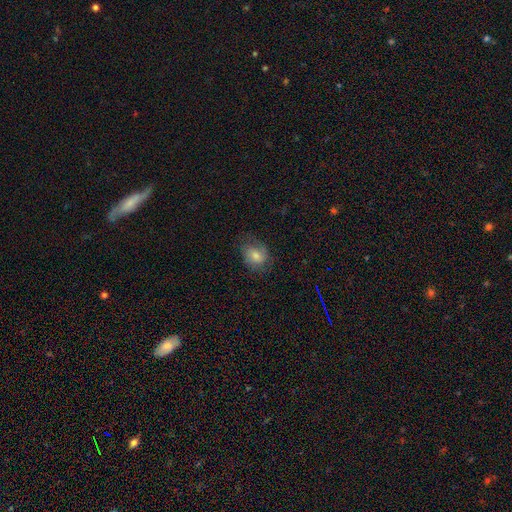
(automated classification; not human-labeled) Morphology: type=smooth (58%); roundness=in between (50%); merging=none (66%).